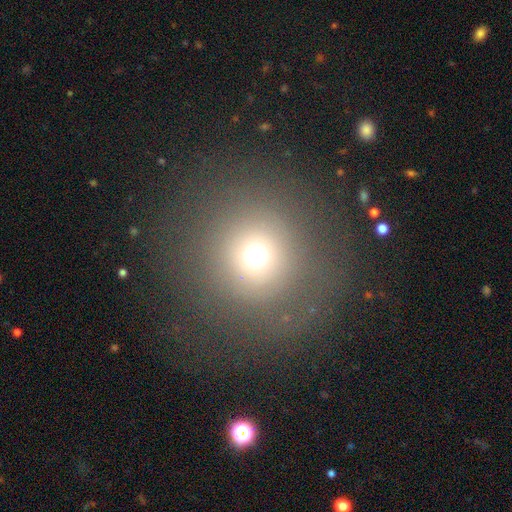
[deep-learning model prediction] smooth 67%, star or artifact 23%, featured or disk 9%. Down the decision tree: how rounded — round (93%); merging — none (79%).